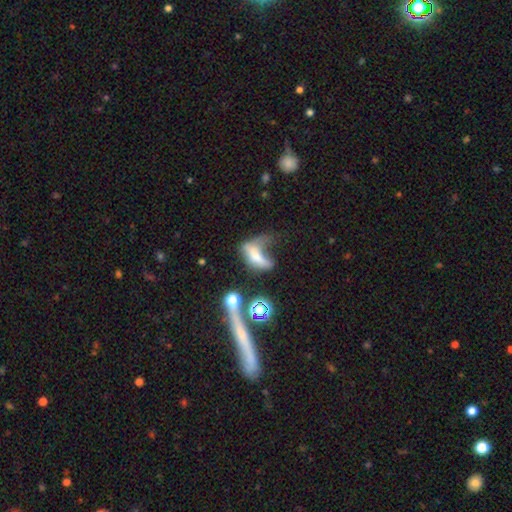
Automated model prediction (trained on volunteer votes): smooth-or-featured: smooth: 51% | featured or disk: 34% | star or artifact: 15%
  how-rounded: in between: 66% | cigar-shaped: 26% | round: 8%
  merging: major disturbance: 48% | merger: 20% | minor disturbance: 16% | none: 16%